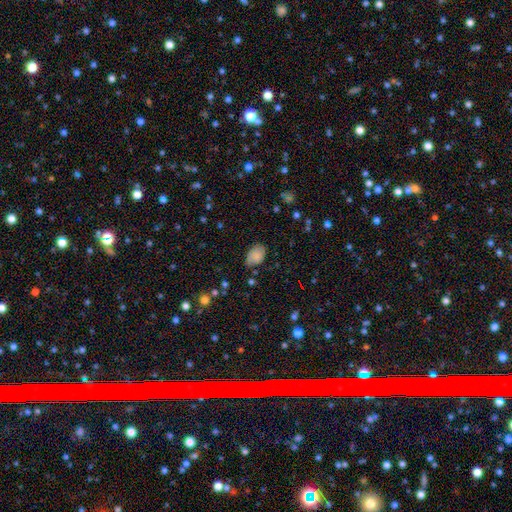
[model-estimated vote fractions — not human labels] Smooth or featured?
  - smooth: 79% *
  - featured or disk: 12%
  - star or artifact: 9%
How rounded?
  - in between: 84% *
  - round: 15%
  - cigar-shaped: 1%
Merging?
  - none: 65% *
  - minor disturbance: 27%
  - major disturbance: 6%
  - merger: 2%